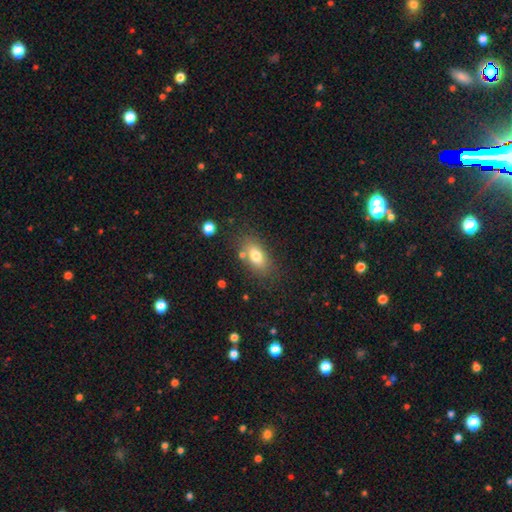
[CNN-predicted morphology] smooth 75%, featured or disk 15%, star or artifact 9%. Down the decision tree: how rounded — in between (85%); merging — none (74%).